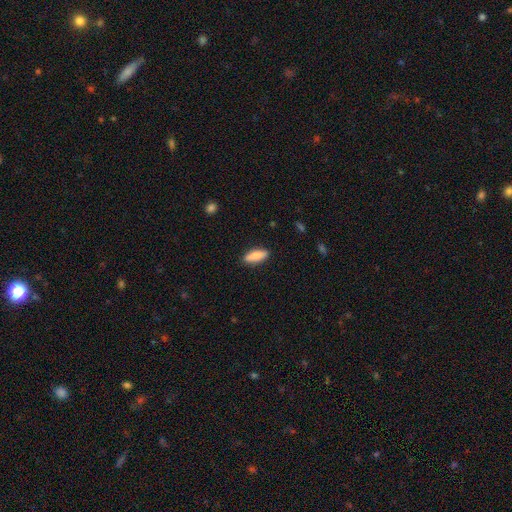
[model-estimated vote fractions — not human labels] smooth-or-featured: smooth: 81% | featured or disk: 13% | star or artifact: 6%
  how-rounded: in between: 59% | cigar-shaped: 39% | round: 2%
  merging: none: 88% | minor disturbance: 9% | major disturbance: 2% | merger: 1%